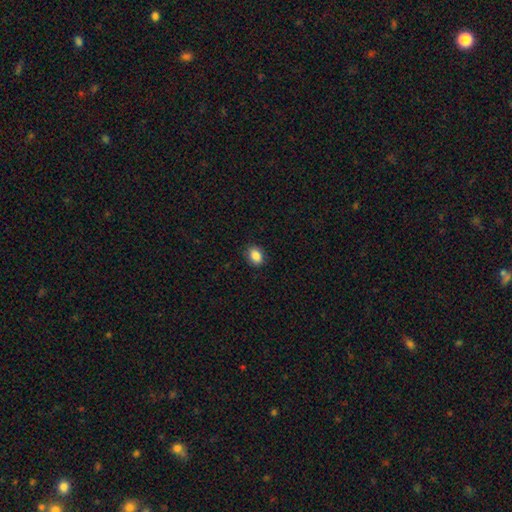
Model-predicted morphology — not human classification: Smooth or featured?
  - smooth: 87% *
  - star or artifact: 9%
  - featured or disk: 4%
How rounded?
  - in between: 70% *
  - round: 29%
  - cigar-shaped: 1%
Merging?
  - none: 88% *
  - minor disturbance: 9%
  - major disturbance: 2%
  - merger: 1%